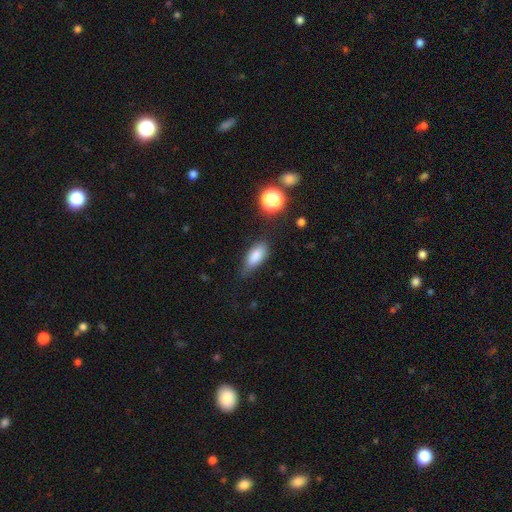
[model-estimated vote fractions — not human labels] smooth-or-featured: smooth: 82% | star or artifact: 9% | featured or disk: 9%
  how-rounded: in between: 80% | cigar-shaped: 15% | round: 4%
  merging: none: 62% | minor disturbance: 28% | major disturbance: 7% | merger: 3%